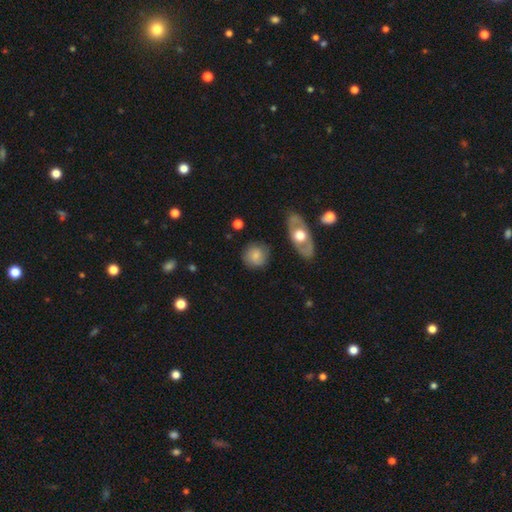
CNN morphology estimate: Q: Smooth or featured?
A: smooth (73%); runner-up: featured or disk (20%)
Q: How rounded?
A: round (84%); runner-up: in between (15%)
Q: Merging?
A: none (83%); runner-up: minor disturbance (11%)